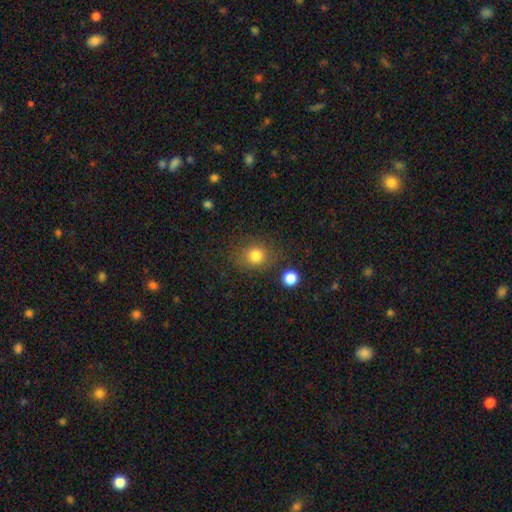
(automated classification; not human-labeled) smooth_or_featured: smooth (p=0.81) [alt: star or artifact p=0.13]
how_rounded: round (p=0.77) [alt: in between p=0.22]
merging: none (p=0.79) [alt: minor disturbance p=0.12]